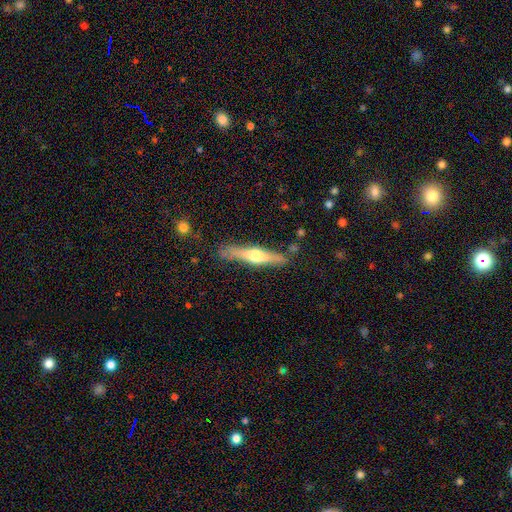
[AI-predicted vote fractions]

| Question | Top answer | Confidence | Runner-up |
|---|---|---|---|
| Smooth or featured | featured or disk | 60% | smooth (35%) |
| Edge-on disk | yes | 95% | no (5%) |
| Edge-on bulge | rounded | 91% | boxy (5%) |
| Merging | none | 81% | minor disturbance (13%) |